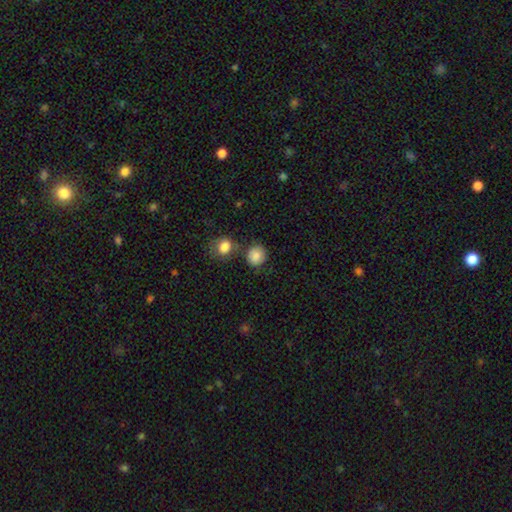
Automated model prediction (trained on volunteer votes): smooth_or_featured: smooth (p=0.86) [alt: star or artifact p=0.09]
how_rounded: round (p=0.82) [alt: in between p=0.17]
merging: none (p=0.70) [alt: merger p=0.13]